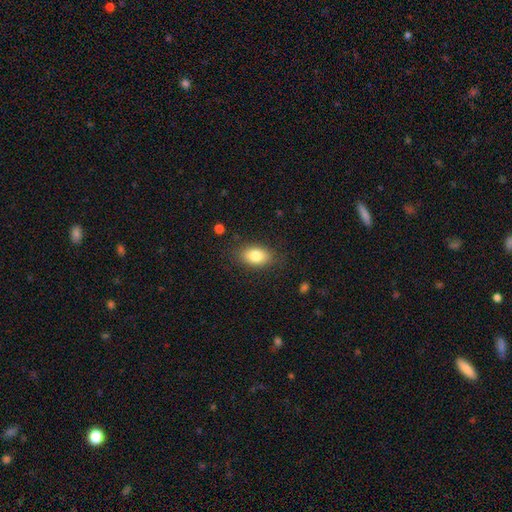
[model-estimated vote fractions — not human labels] smooth_or_featured: smooth (p=0.82) [alt: featured or disk p=0.10]
how_rounded: in between (p=0.86) [alt: round p=0.12]
merging: none (p=0.83) [alt: minor disturbance p=0.12]